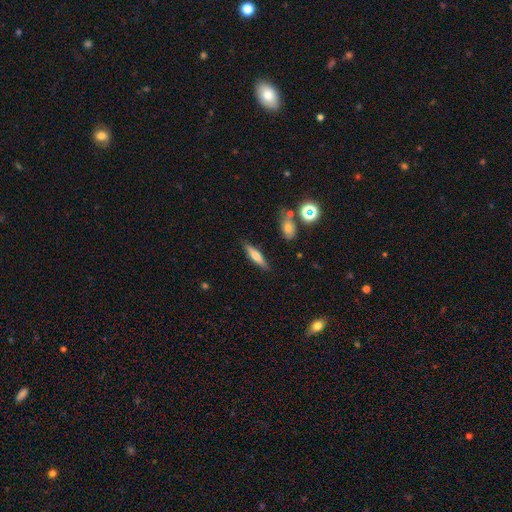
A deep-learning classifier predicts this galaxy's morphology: Overall: smooth (58%; featured or disk 34%). How rounded: cigar-shaped (75%). Merging: none (86%).